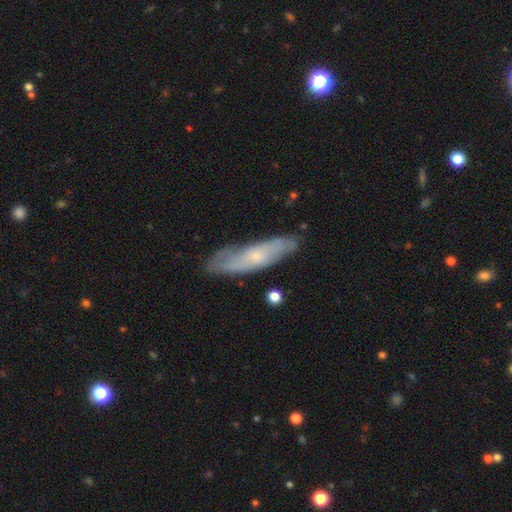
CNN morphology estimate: smooth-or-featured: featured or disk: 50% | smooth: 43% | star or artifact: 7%
  merging: none: 75% | minor disturbance: 19% | major disturbance: 4% | merger: 2%